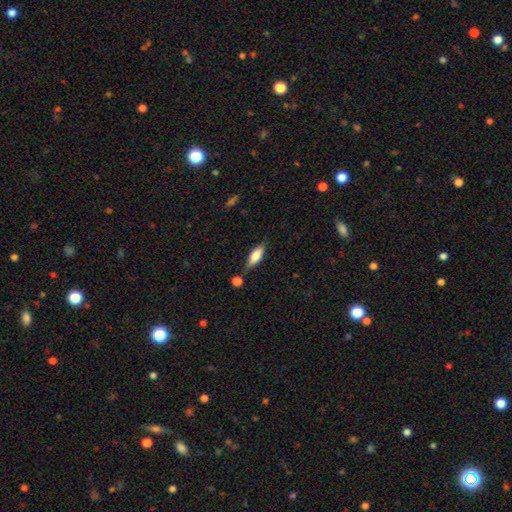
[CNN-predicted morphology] smooth 75%, featured or disk 19%, star or artifact 7%. Down the decision tree: how rounded — in between (71%); merging — none (68%).